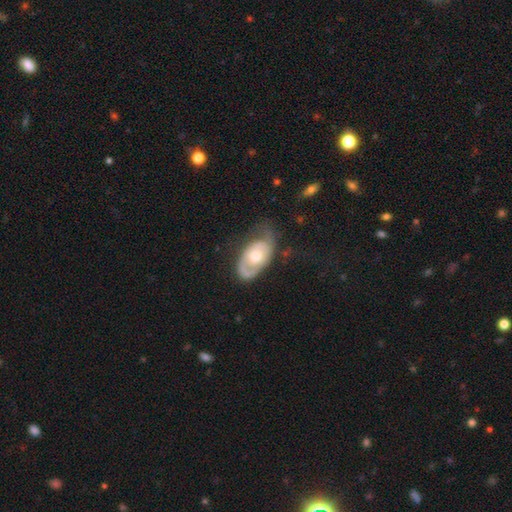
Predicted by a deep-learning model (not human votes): A featured or disk galaxy (64%) with no bar (81%), spiral arms (65%) and a moderate central bulge (70%). Merging: none (46%).